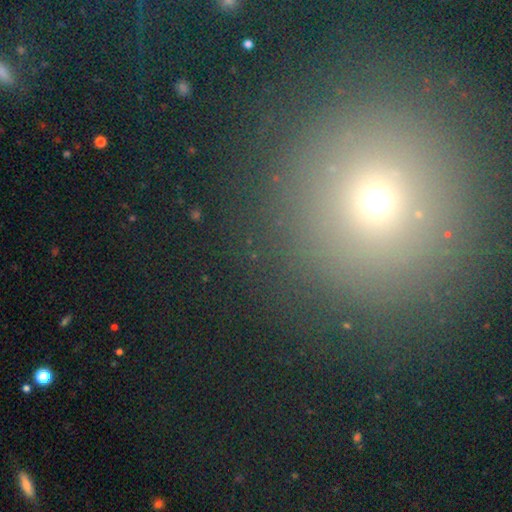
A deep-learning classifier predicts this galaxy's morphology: A smooth galaxy with no disk features (48%).

Vote fractions:
- Smooth or featured? smooth: 48% / star or artifact: 41% / featured or disk: 11%
- Merging? none: 84% / minor disturbance: 7% / major disturbance: 5% / merger: 3%